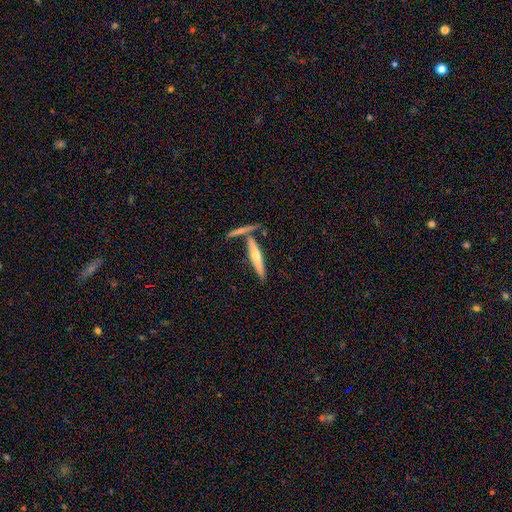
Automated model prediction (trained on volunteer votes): Q: Smooth or featured?
A: featured or disk (61%); runner-up: smooth (32%)
Q: Edge-on disk?
A: yes (94%); runner-up: no (6%)
Q: Edge-on bulge?
A: rounded (77%); runner-up: none (18%)
Q: Merging?
A: none (67%); runner-up: merger (18%)